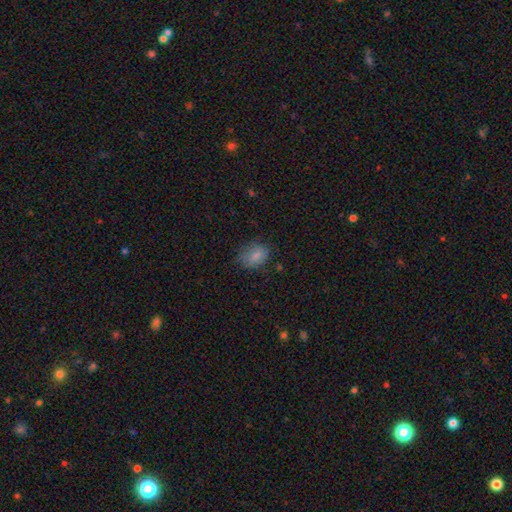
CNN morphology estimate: smooth 78%, featured or disk 12%, star or artifact 10%. Down the decision tree: how rounded — in between (71%); merging — none (67%).